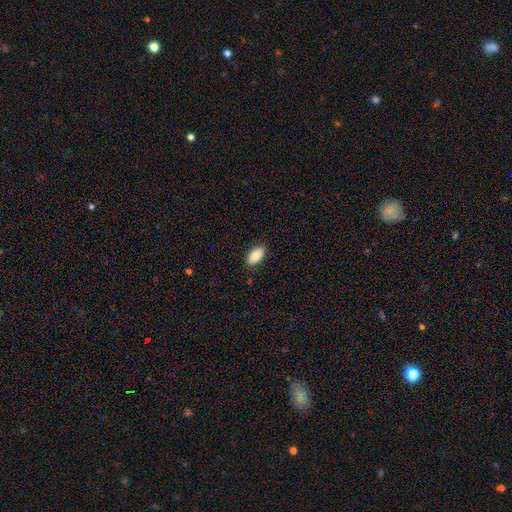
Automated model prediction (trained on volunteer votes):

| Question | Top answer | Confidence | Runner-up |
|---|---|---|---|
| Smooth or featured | smooth | 86% | featured or disk (7%) |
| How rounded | in between | 94% | round (4%) |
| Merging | none | 87% | minor disturbance (10%) |